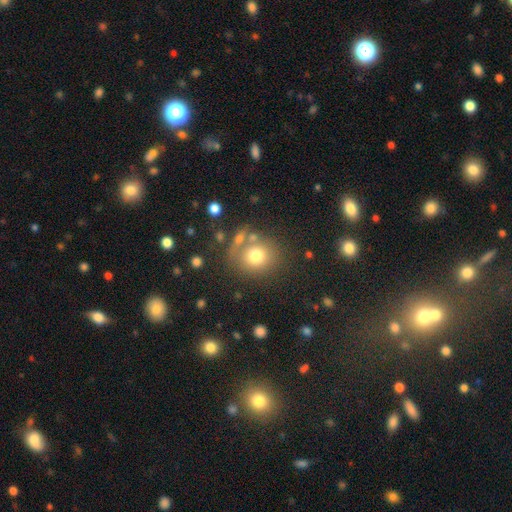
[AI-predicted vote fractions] A smooth galaxy with no disk features (73%) that is round (81%). Merging: none (65%).